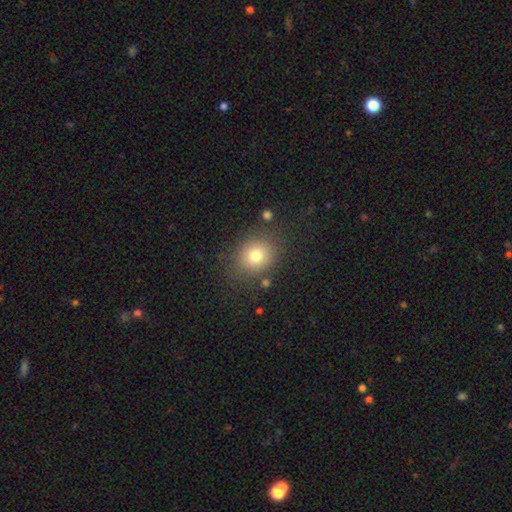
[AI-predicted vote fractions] Smooth or featured? Predicted: smooth (p=0.78). How rounded? Predicted: round (p=0.71). Merging? Predicted: none (p=0.80).